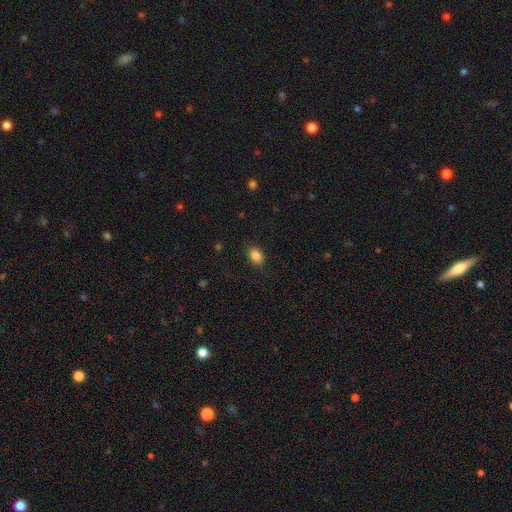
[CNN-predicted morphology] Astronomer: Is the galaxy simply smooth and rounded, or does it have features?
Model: smooth — 85%.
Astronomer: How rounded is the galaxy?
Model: in between — 79%.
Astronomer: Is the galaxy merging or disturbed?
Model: none — 85%.